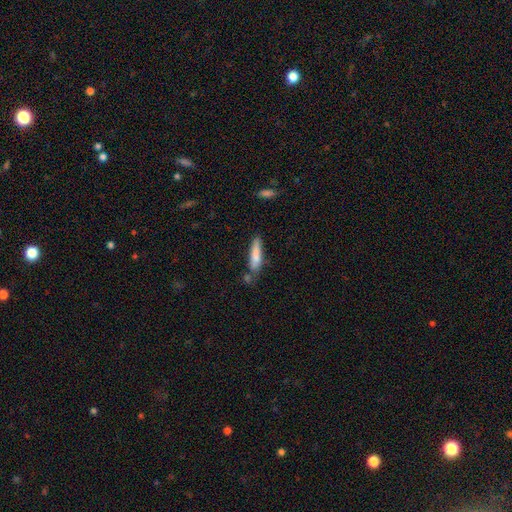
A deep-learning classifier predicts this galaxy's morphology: This is likely a smooth galaxy (79%). How rounded: likely cigar-shaped (79%). Merging: likely none (63%).